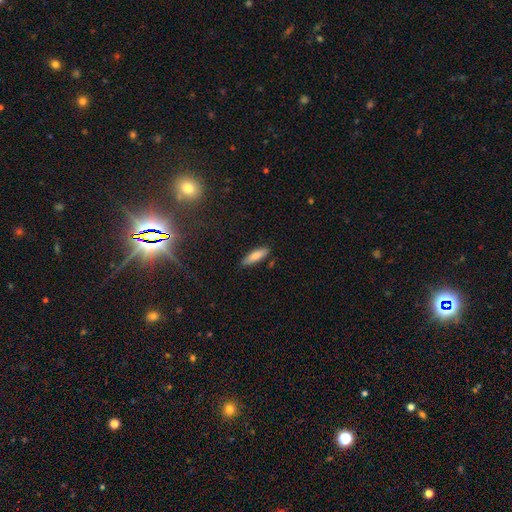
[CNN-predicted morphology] A smooth galaxy with no disk features (77%) that is cigar-shaped (55%). Merging: none (85%).